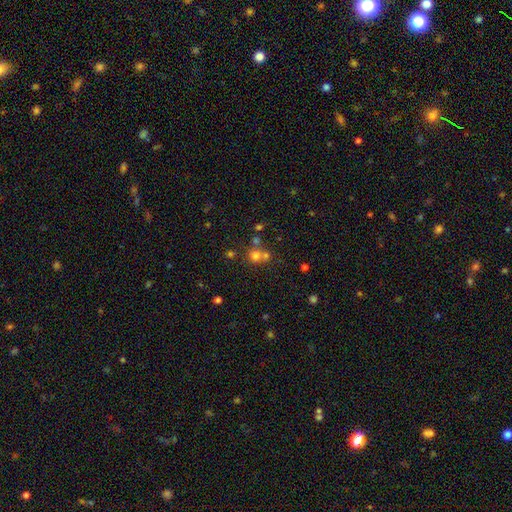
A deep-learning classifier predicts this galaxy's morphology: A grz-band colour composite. It shows a smooth galaxy with no disk features (64%) that is round (88%). Merging: none (52%).